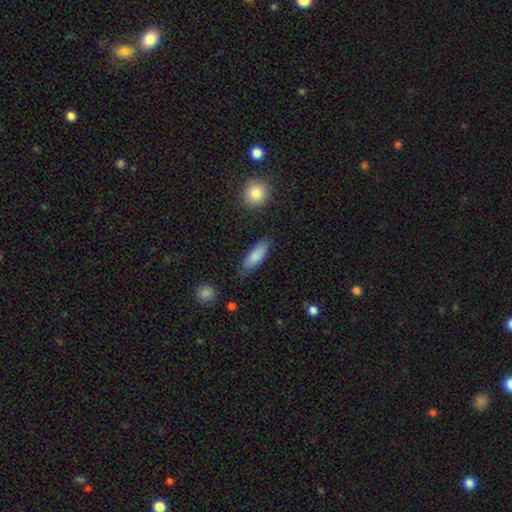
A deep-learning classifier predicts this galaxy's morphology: smooth_or_featured: smooth (p=0.84) [alt: featured or disk p=0.09]
how_rounded: in between (p=0.58) [alt: cigar-shaped p=0.40]
merging: none (p=0.79) [alt: minor disturbance p=0.15]